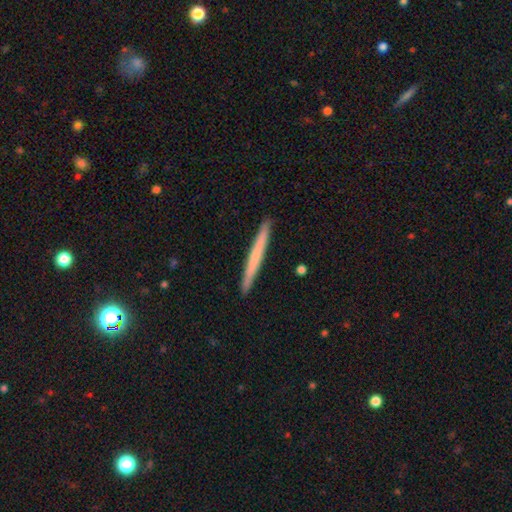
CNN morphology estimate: Smooth or featured? smooth (59%)
How rounded? cigar-shaped (97%)
Merging? none (93%)